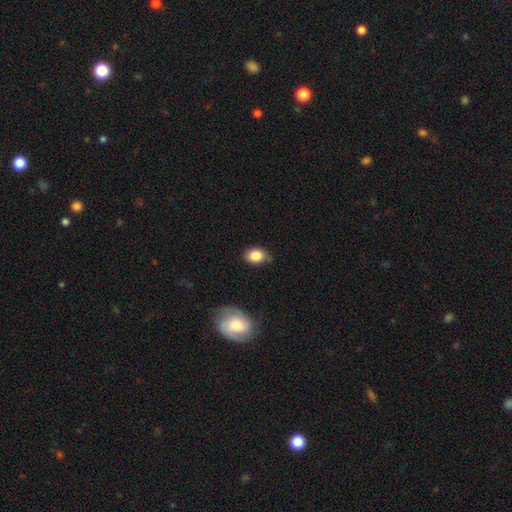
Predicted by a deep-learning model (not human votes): This appears to be a smooth galaxy with no disk features (84%) that is in between round and cigar-shaped (70%). Merging: none (69%).